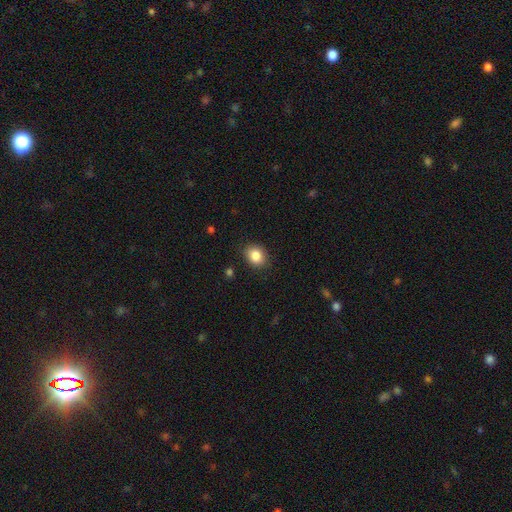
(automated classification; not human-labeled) smooth-or-featured: smooth: 86% | star or artifact: 9% | featured or disk: 5%
  how-rounded: round: 50% (tied) | in between: 50% (tied) | cigar-shaped: 1%
  merging: none: 87% | minor disturbance: 10% | major disturbance: 3% | merger: 1%